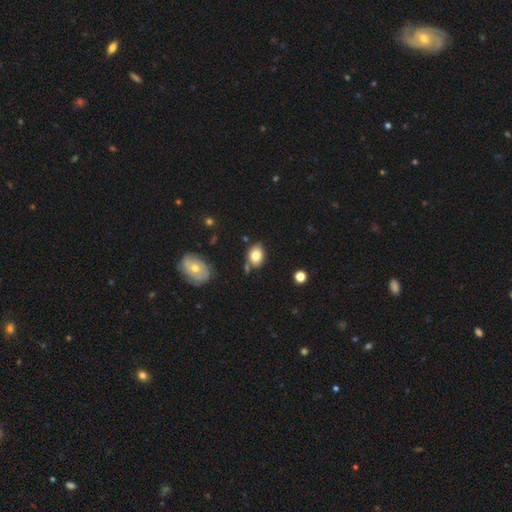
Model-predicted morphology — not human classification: Q: Smooth or featured?
A: smooth (81%); runner-up: featured or disk (10%)
Q: How rounded?
A: in between (67%); runner-up: round (32%)
Q: Merging?
A: none (73%); runner-up: minor disturbance (16%)